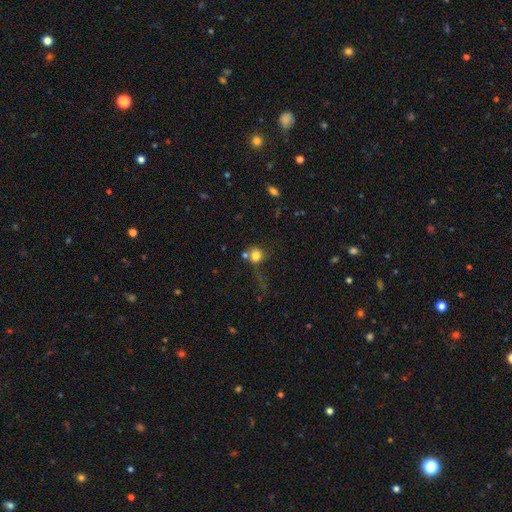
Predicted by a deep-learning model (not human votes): Q: Smooth or featured?
A: smooth (77%); runner-up: star or artifact (12%)
Q: How rounded?
A: round (82%); runner-up: in between (16%)
Q: Merging?
A: none (40%); runner-up: merger (26%)